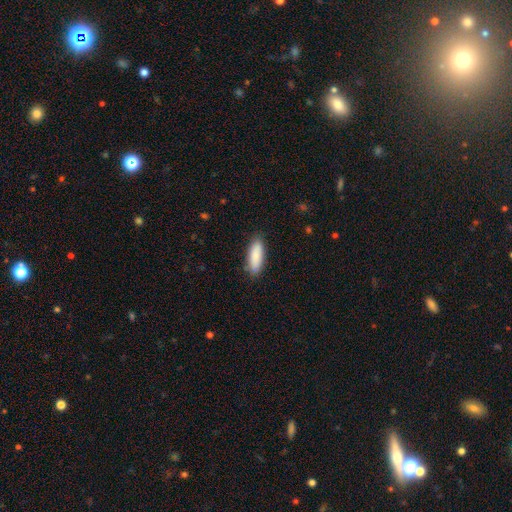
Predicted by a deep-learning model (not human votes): Smooth or featured? Predicted: smooth (p=0.87). How rounded? Predicted: in between (p=0.66). Merging? Predicted: none (p=0.84).